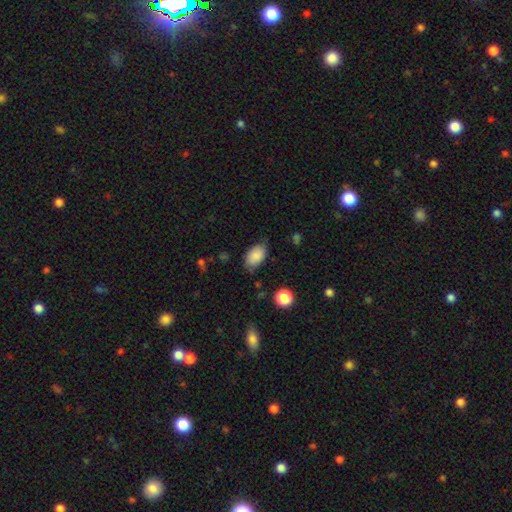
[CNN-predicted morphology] smooth-or-featured: smooth: 85% | star or artifact: 7% | featured or disk: 7%
  how-rounded: in between: 91% | round: 8% | cigar-shaped: 1%
  merging: none: 70% | minor disturbance: 23% | major disturbance: 5% | merger: 2%